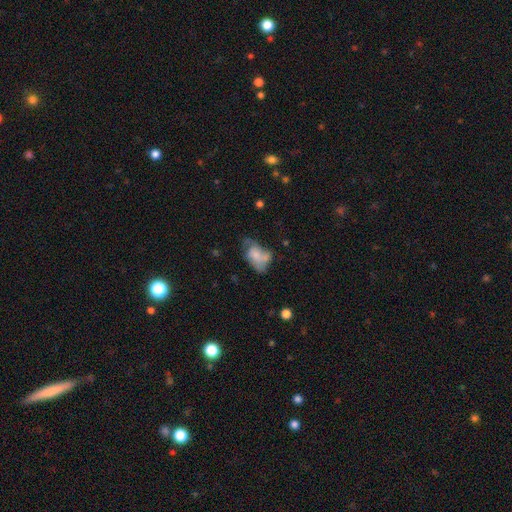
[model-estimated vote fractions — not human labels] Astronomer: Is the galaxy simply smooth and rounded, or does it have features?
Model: smooth — 50% (runner-up: featured or disk, 40%).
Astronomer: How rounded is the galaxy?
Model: in between — 86%.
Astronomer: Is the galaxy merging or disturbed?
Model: major disturbance — 28%, tied with none at 28%.